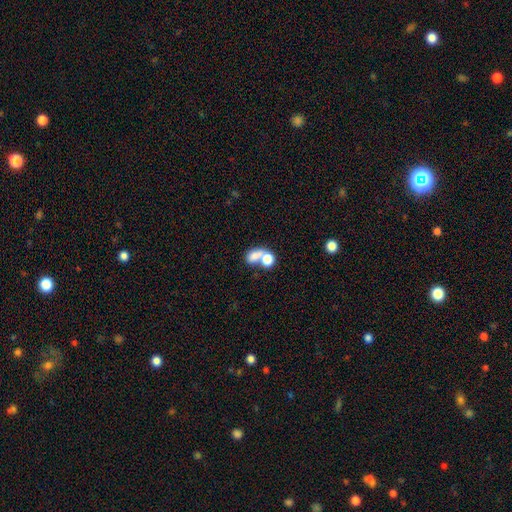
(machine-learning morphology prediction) Smooth or featured? Predicted: smooth (p=0.72). How rounded? Predicted: in between (p=0.67). Merging? Predicted: merger (p=0.63).